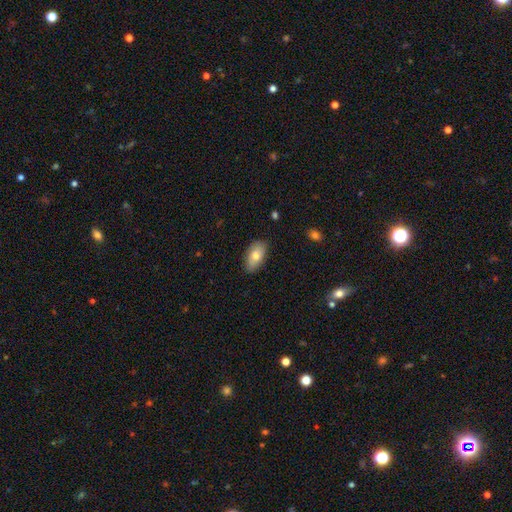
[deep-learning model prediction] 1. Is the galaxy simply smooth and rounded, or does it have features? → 76% smooth, 18% featured or disk, 7% star or artifact.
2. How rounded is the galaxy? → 92% in between, 4% cigar-shaped, 4% round.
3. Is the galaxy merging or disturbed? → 84% none, 13% minor disturbance, 2% major disturbance, 1% merger.